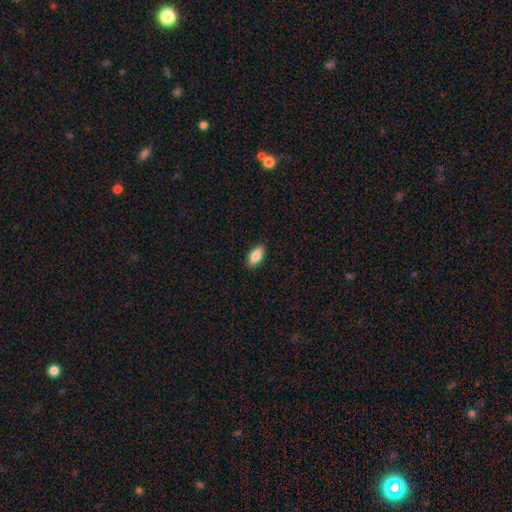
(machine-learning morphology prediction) The model was most divided on "smooth or featured": smooth: 85%, featured or disk: 8%, star or artifact: 7%. More confident: merging — none (89%); how rounded — in between (87%).